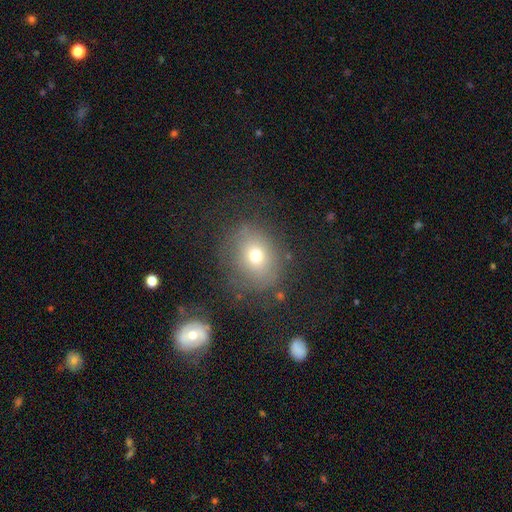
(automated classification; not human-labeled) A smooth galaxy with no disk features (67%) that is round (65%). Merging: none (69%).